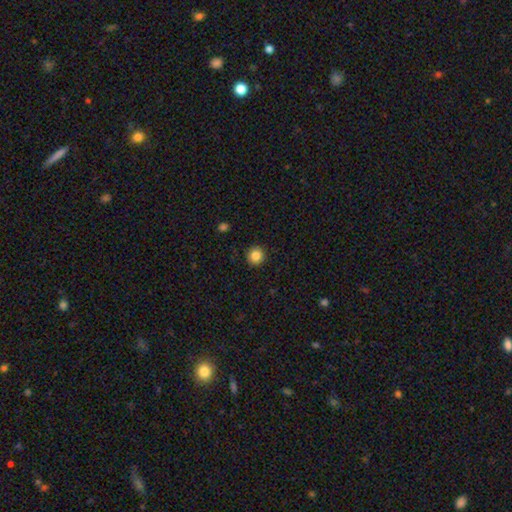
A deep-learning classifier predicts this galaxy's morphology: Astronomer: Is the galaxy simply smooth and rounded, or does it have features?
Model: smooth — 84%.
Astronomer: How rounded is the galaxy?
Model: round — 94%.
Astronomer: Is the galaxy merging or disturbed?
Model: none — 92%.